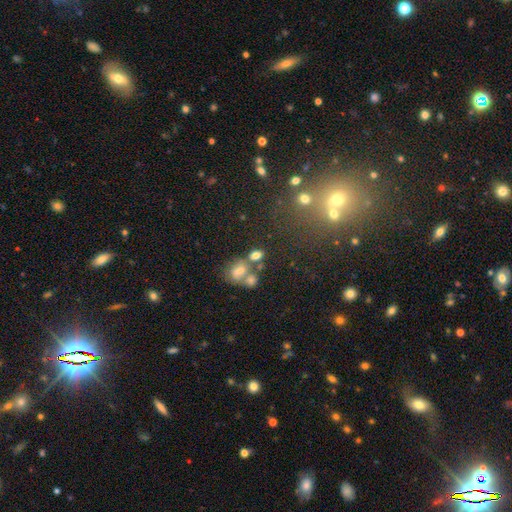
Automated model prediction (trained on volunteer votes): smooth-or-featured: smooth: 70% | featured or disk: 15% | star or artifact: 15%
  how-rounded: in between: 66% | round: 32% | cigar-shaped: 2%
  merging: none: 42% | merger: 39% | minor disturbance: 13% | major disturbance: 6%